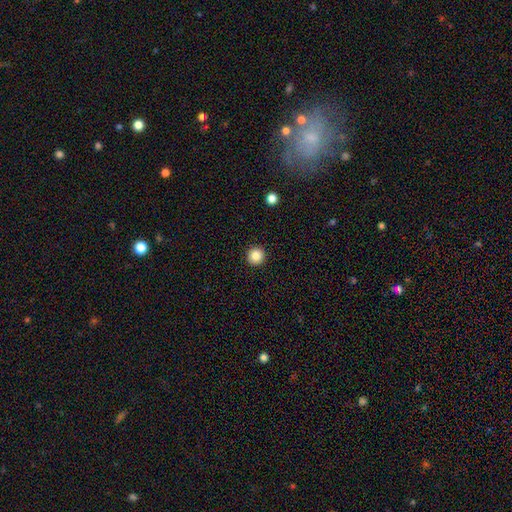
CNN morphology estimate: Smooth or featured? Predicted: smooth (p=0.86). How rounded? Predicted: round (p=0.96). Merging? Predicted: none (p=0.94).